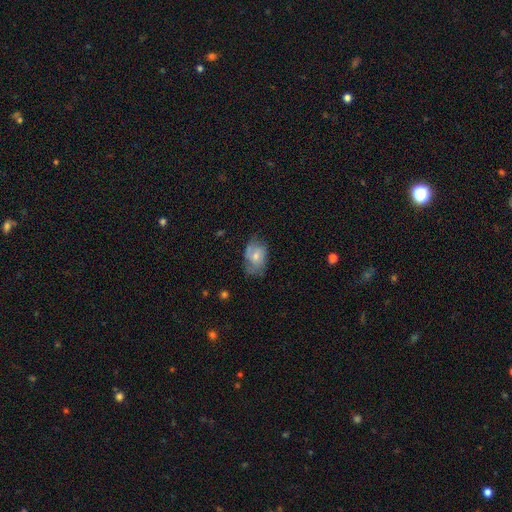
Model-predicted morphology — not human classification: smooth_or_featured: smooth (p=0.59) [alt: featured or disk p=0.33]
how_rounded: in between (p=0.77) [alt: round p=0.22]
merging: none (p=0.50) [alt: minor disturbance p=0.33]